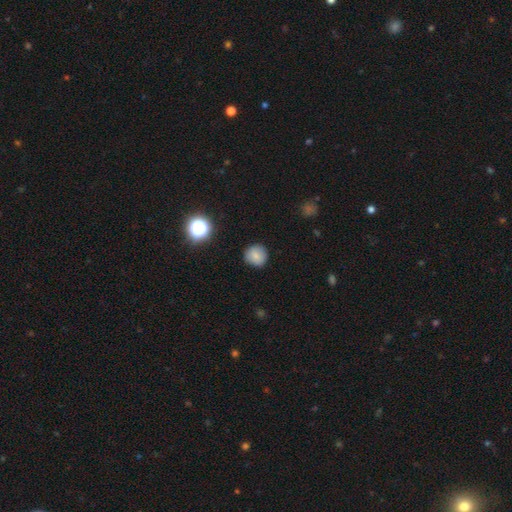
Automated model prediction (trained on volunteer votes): Morphology: type=smooth (81%); roundness=round (92%); merging=none (87%).